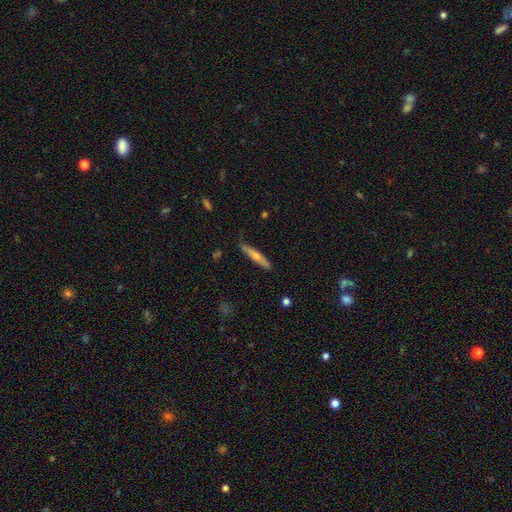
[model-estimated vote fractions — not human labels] Smooth or featured? Predicted: featured or disk (p=0.50). Edge-on disk? Predicted: yes (p=0.92). Merging? Predicted: none (p=0.84).